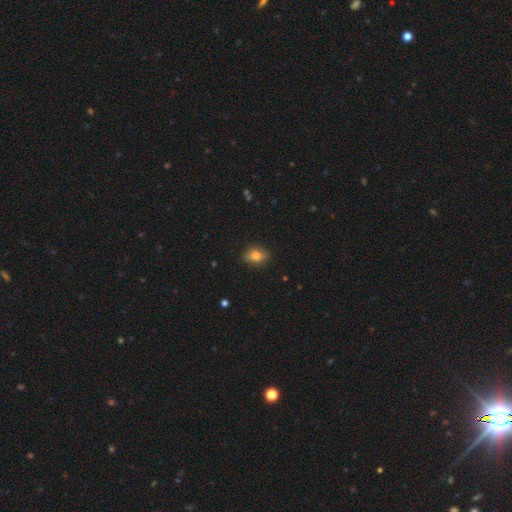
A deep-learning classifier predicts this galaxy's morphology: smooth_or_featured: smooth (p=0.78) [alt: featured or disk p=0.12]
how_rounded: in between (p=0.71) [alt: round p=0.26]
merging: none (p=0.84) [alt: minor disturbance p=0.13]